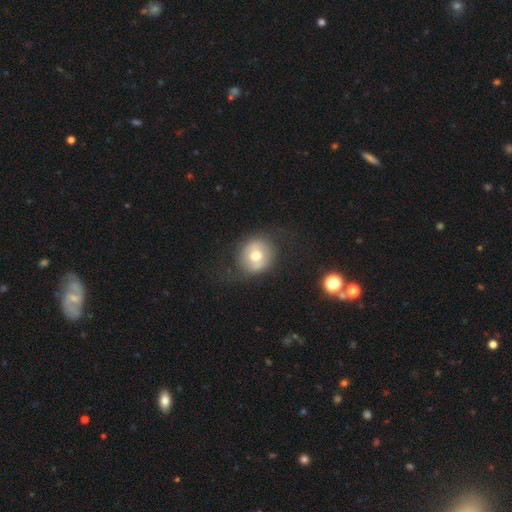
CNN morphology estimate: The model was most divided on "smooth or featured": smooth: 57%, featured or disk: 34%, star or artifact: 9%. More confident: how rounded — round (83%); merging — none (72%).